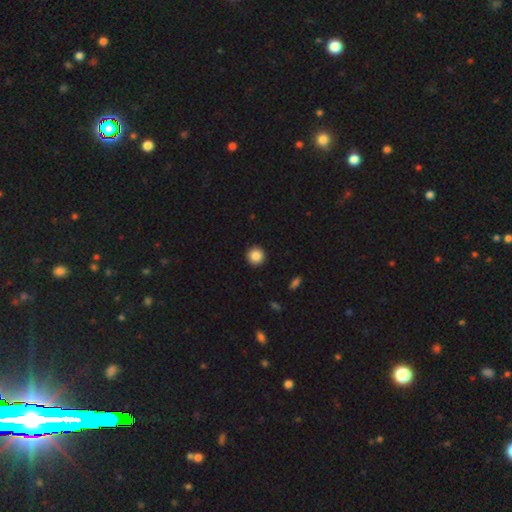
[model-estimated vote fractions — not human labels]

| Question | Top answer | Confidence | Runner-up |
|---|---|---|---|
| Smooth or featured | smooth | 87% | star or artifact (9%) |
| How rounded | round | 95% | in between (4%) |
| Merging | none | 93% | minor disturbance (5%) |